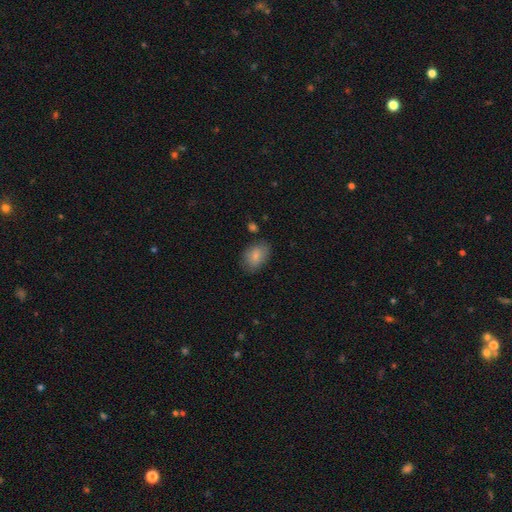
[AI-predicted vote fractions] Smooth or featured: smooth — 83% (featured or disk — 10%)
How rounded: in between — 83% (round — 15%)
Merging: none — 76% (minor disturbance — 17%)